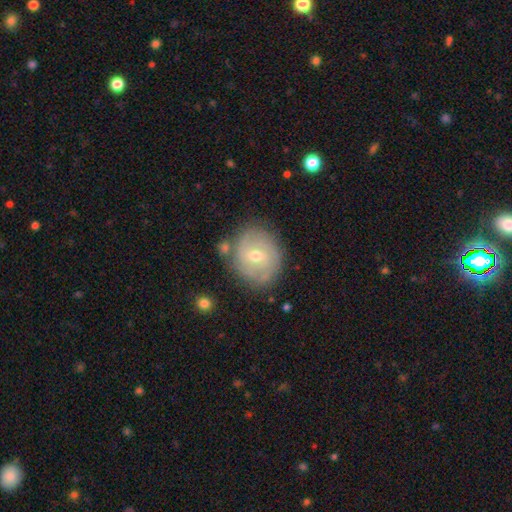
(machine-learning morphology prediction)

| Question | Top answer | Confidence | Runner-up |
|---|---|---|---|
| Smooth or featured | featured or disk | 71% | smooth (22%) |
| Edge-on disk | no | 97% | yes (3%) |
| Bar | weak | 50% | no (41%) |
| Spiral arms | yes | 86% | no (14%) |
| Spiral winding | tight | 57% | medium (32%) |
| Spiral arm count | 2 | 39% | can't tell (32%) |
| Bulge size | moderate | 58% | small (39%) |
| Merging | none | 74% | minor disturbance (16%) |